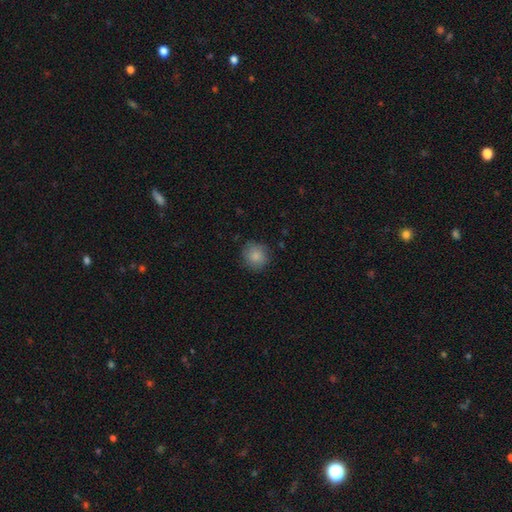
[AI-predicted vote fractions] A smooth galaxy with no disk features (86%) that is round (88%). Merging: none (83%).